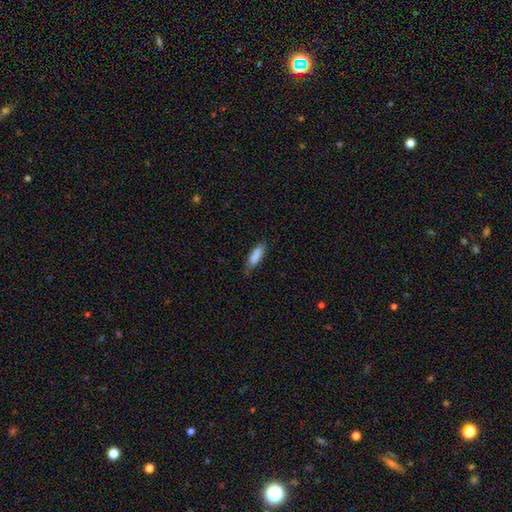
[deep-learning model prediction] Q: Smooth or featured?
A: smooth (87%); runner-up: featured or disk (7%)
Q: How rounded?
A: cigar-shaped (50%); runner-up: in between (48%)
Q: Merging?
A: none (77%); runner-up: minor disturbance (19%)